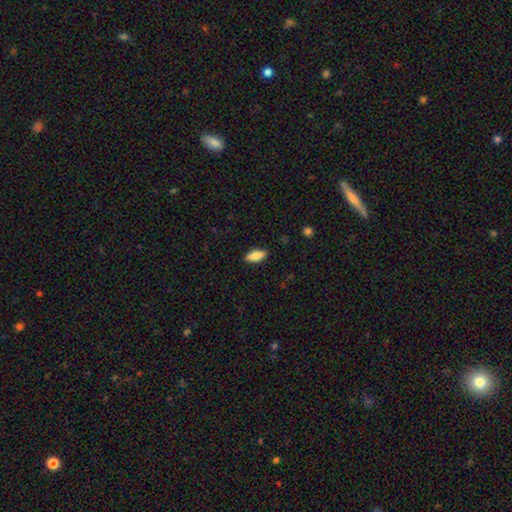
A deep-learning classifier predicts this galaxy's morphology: This is clearly a smooth galaxy (83%). How rounded: clearly in between (84%). Merging: clearly none (87%).